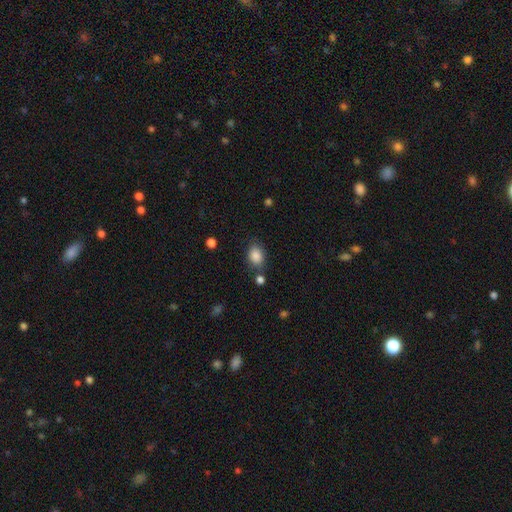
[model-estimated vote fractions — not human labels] Q: Smooth or featured?
A: smooth (87%); runner-up: star or artifact (9%)
Q: How rounded?
A: in between (72%); runner-up: round (27%)
Q: Merging?
A: none (73%); runner-up: minor disturbance (16%)